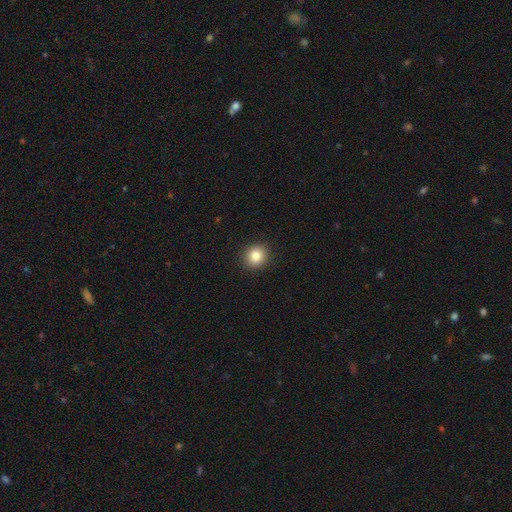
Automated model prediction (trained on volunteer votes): Smooth or featured?
  - smooth: 83% *
  - star or artifact: 11%
  - featured or disk: 6%
How rounded?
  - round: 83% *
  - in between: 16%
  - cigar-shaped: 1%
Merging?
  - none: 91% *
  - minor disturbance: 6%
  - major disturbance: 2%
  - merger: 1%